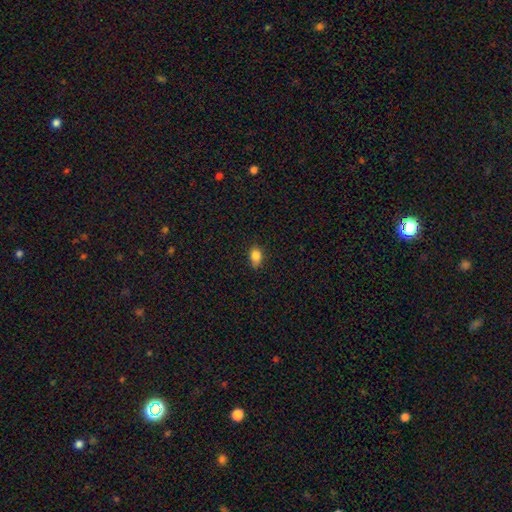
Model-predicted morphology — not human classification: Smooth or featured? smooth (85%)
How rounded? in between (63%)
Merging? none (73%)